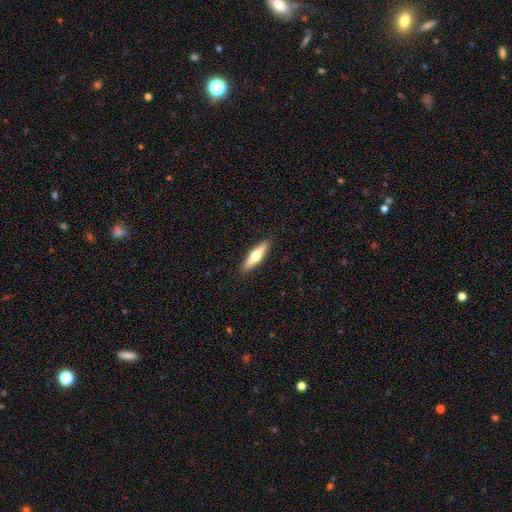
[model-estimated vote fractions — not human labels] Morphology: type=smooth (53%); roundness=cigar-shaped (70%); merging=none (90%).